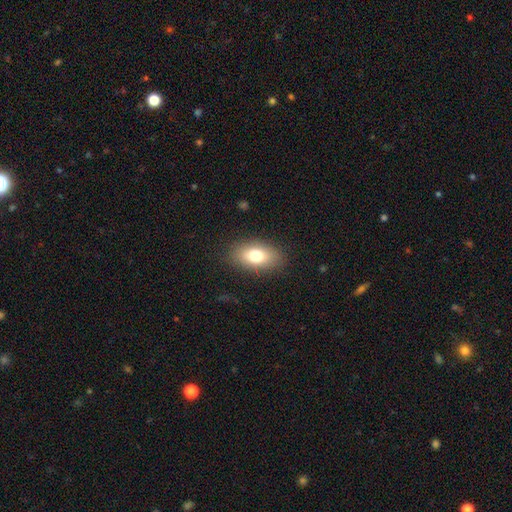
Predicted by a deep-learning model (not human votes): Overall: smooth (76%). How rounded: in between (88%). Merging: none (86%).